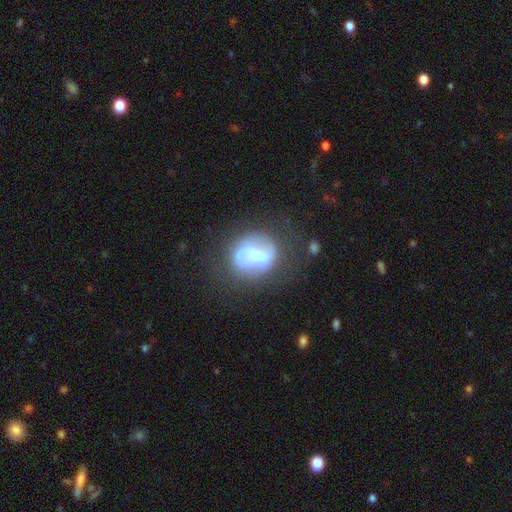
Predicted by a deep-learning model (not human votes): smooth_or_featured: featured or disk (p=0.53) [alt: smooth p=0.39]
disk_edge_on: no (p=0.96) [alt: yes p=0.04]
bar: no (p=0.46) [alt: weak p=0.35]
has_spiral_arms: no (p=0.60) [alt: yes p=0.40]
bulge_size: moderate (p=0.51) [alt: small p=0.22]
merging: none (p=0.47) [alt: minor disturbance p=0.23]